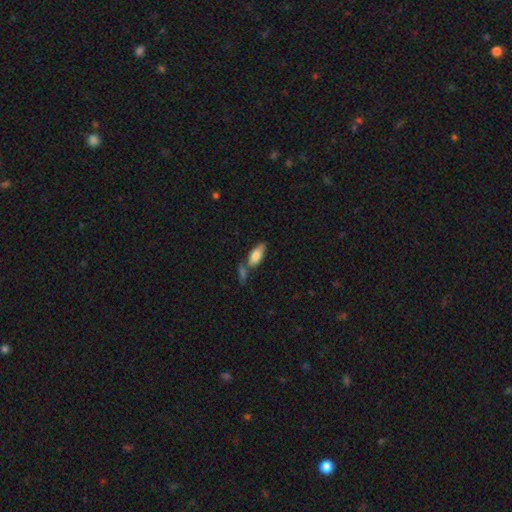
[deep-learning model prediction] This appears to be a smooth galaxy with no disk features (79%) that is in between round and cigar-shaped (81%). Merging: none (49%).